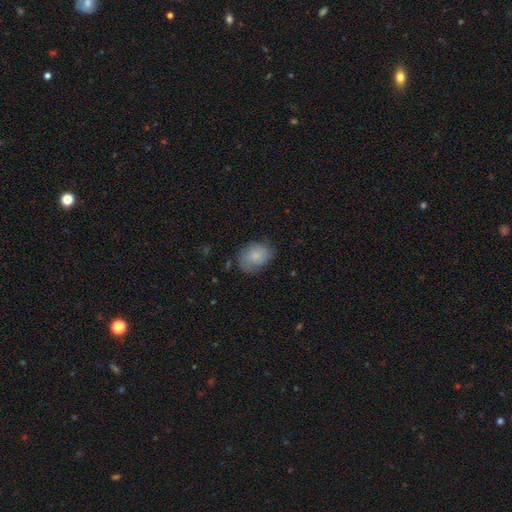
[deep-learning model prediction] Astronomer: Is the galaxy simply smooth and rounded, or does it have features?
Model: smooth — 77%.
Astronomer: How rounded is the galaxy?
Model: in between — 70%.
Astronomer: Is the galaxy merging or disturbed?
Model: none — 67%.